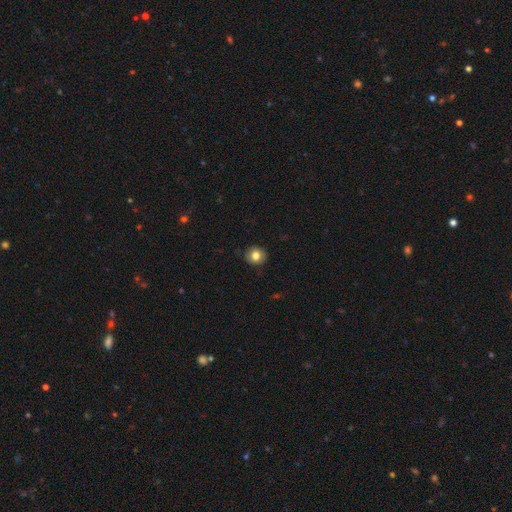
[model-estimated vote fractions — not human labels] smooth 78%, featured or disk 12%, star or artifact 9%. Down the decision tree: how rounded — round (83%); merging — none (87%).